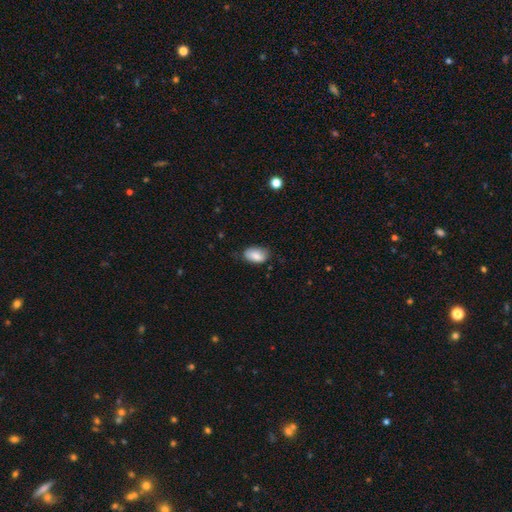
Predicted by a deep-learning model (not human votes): A smooth galaxy with no disk features (84%) that is in between round and cigar-shaped (92%). Merging: none (70%).